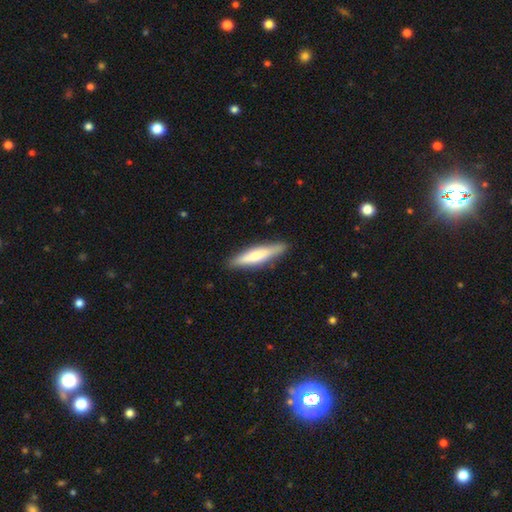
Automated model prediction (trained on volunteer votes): smooth 63%, featured or disk 31%, star or artifact 5%. Down the decision tree: how rounded — cigar-shaped (85%); merging — none (87%).